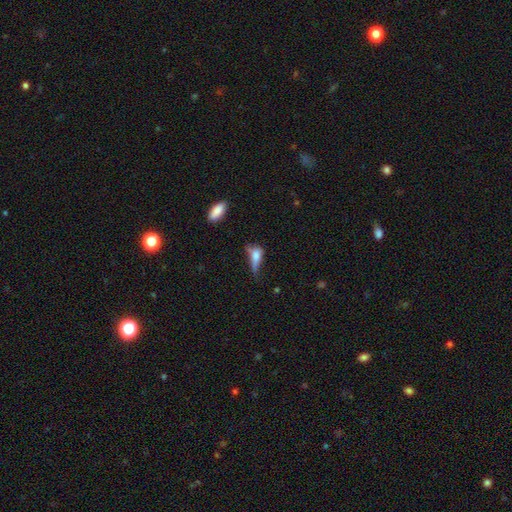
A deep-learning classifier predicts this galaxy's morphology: smooth_or_featured: smooth (p=0.67) [alt: featured or disk p=0.22]
how_rounded: in between (p=0.65) [alt: cigar-shaped p=0.26]
merging: major disturbance (p=0.34) [alt: minor disturbance p=0.32]